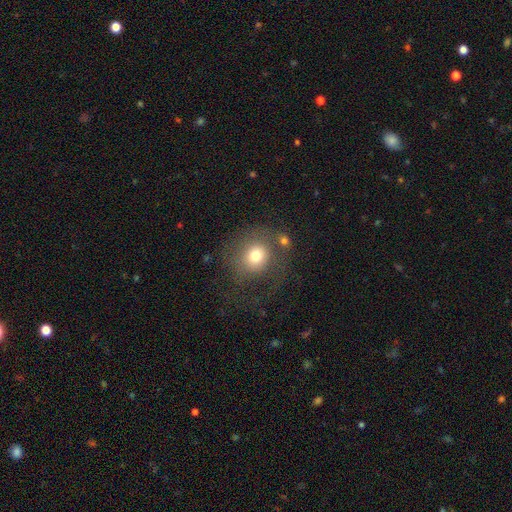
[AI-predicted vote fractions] smooth 72%, featured or disk 17%, star or artifact 12%. Down the decision tree: how rounded — round (84%); merging — none (54%).